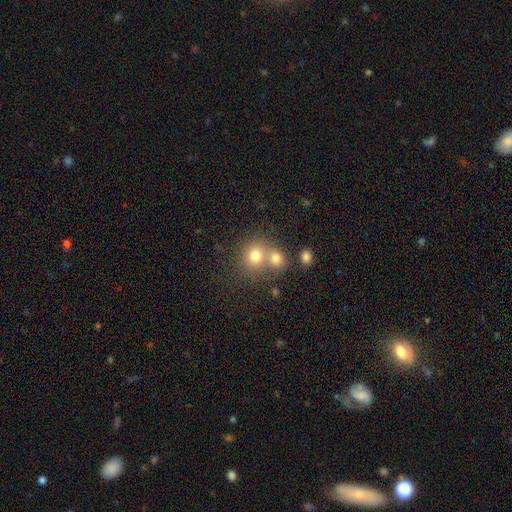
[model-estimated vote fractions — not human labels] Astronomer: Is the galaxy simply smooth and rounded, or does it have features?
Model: smooth — 75%.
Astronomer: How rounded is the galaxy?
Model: round — 81%.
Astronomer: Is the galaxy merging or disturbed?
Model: merger — 48% (runner-up: none, 42%).